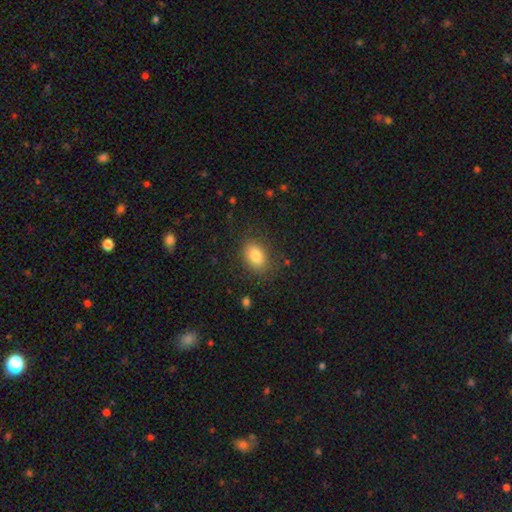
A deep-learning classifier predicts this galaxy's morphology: type=smooth (83%); roundness=in between (77%); merging=none (81%).